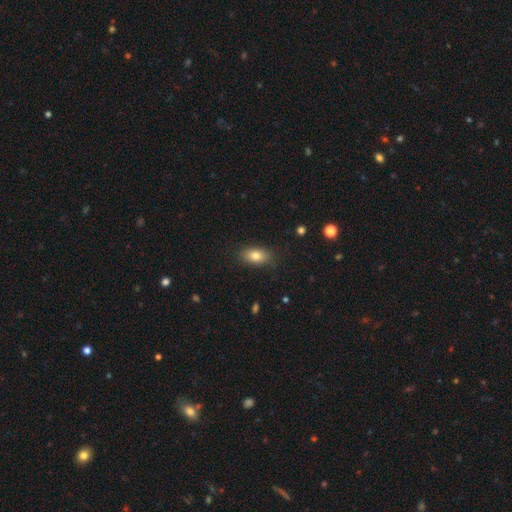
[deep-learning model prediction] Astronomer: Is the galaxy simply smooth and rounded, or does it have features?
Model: smooth — 80%.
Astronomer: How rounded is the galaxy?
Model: in between — 87%.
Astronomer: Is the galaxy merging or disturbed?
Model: none — 84%.